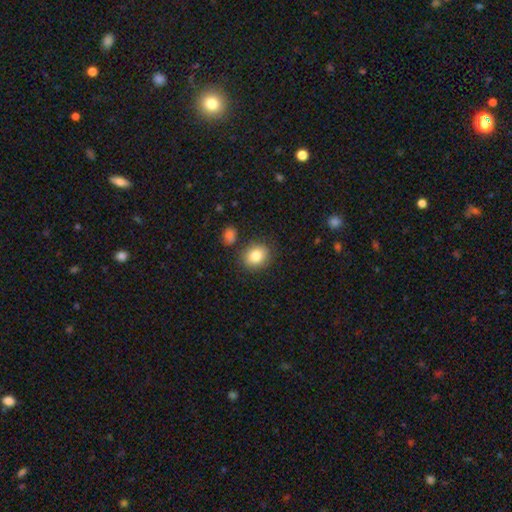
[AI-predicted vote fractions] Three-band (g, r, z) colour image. It shows a smooth galaxy with no disk features (83%) that is round (58%). Merging: none (81%).